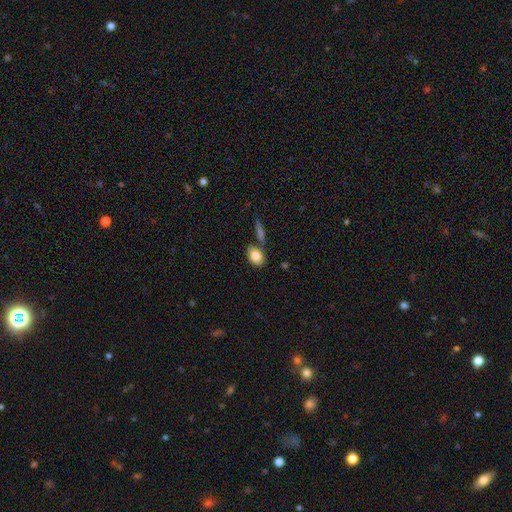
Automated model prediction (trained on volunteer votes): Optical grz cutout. It shows a smooth galaxy with no disk features (81%) that is in between round and cigar-shaped (82%). Merging: none (62%).